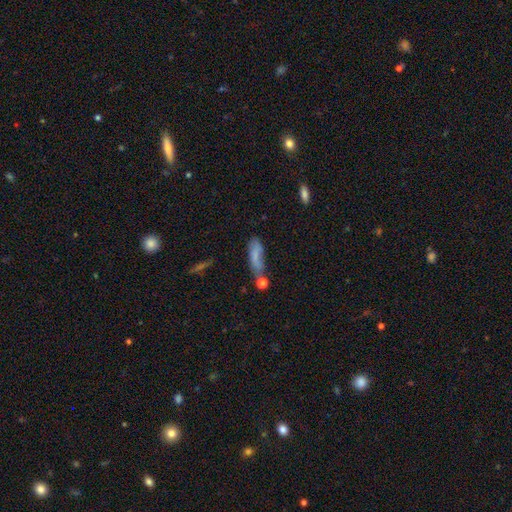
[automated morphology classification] type=smooth (65%); roundness=in between (52%); merging=none (44%).